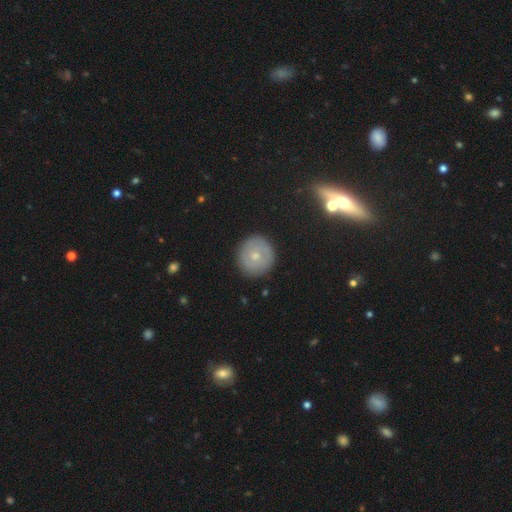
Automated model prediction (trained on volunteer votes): smooth 49%, featured or disk 43%, star or artifact 8%. Down the decision tree: merging — none (89%).